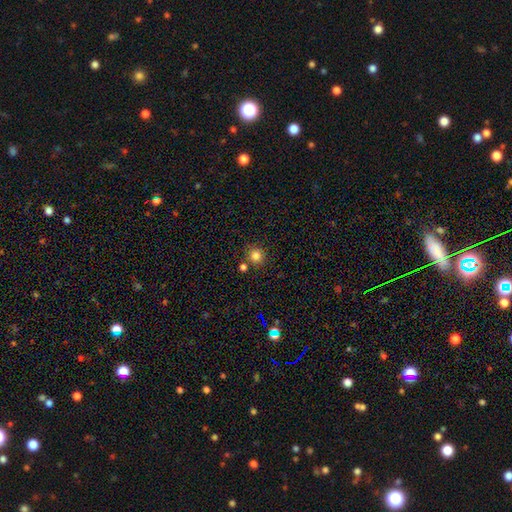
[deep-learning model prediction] Q: Smooth or featured?
A: smooth (82%); runner-up: star or artifact (13%)
Q: How rounded?
A: round (93%); runner-up: in between (6%)
Q: Merging?
A: none (82%); runner-up: merger (9%)